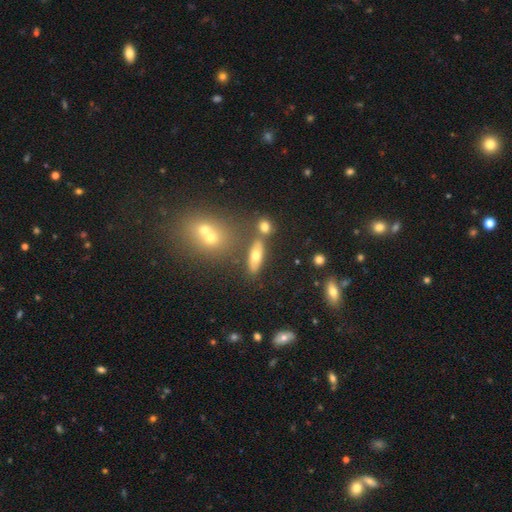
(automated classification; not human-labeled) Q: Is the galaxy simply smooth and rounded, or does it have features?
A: smooth — 54%.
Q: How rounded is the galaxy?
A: in between — 59%.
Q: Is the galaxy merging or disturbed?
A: none — 68%.